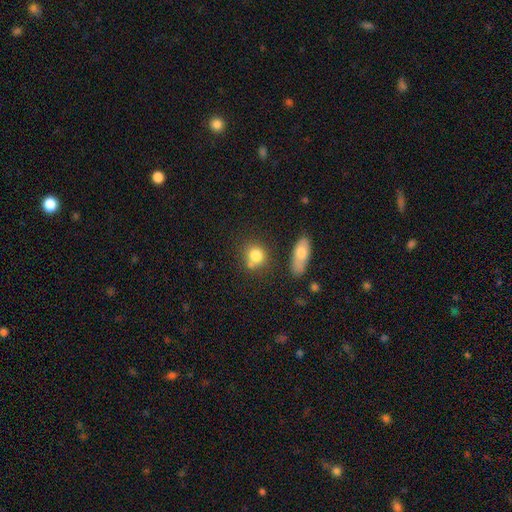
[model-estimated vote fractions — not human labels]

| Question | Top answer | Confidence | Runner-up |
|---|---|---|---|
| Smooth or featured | smooth | 80% | featured or disk (10%) |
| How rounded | round | 71% | in between (26%) |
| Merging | none | 60% | merger (20%) |